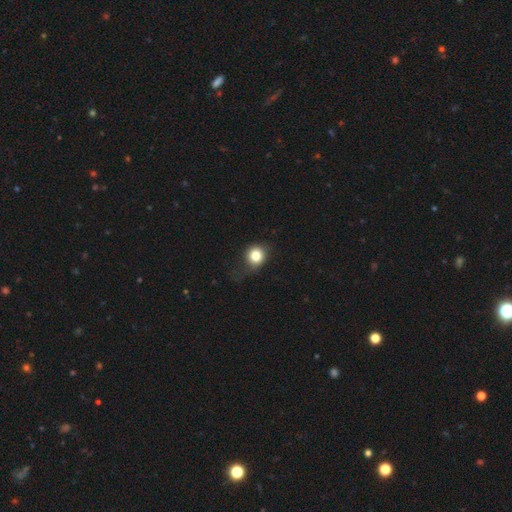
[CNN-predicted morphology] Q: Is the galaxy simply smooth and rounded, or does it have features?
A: smooth — 80%.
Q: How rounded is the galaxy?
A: round — 81%.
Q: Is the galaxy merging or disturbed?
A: none — 58%.